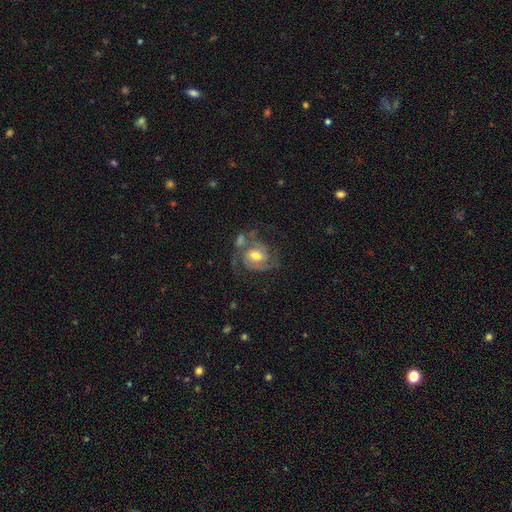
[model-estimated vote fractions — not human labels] Overall: featured or disk (82%). Edge-on disk: no (97%). Bar: weak (49%; no 38%). Spiral arms: yes (94%). Spiral arm count: 2 (68%). Spiral winding: medium (47%; tight 39%). Bulge size: moderate (66%). Merging: none (52%; minor disturbance 19%).